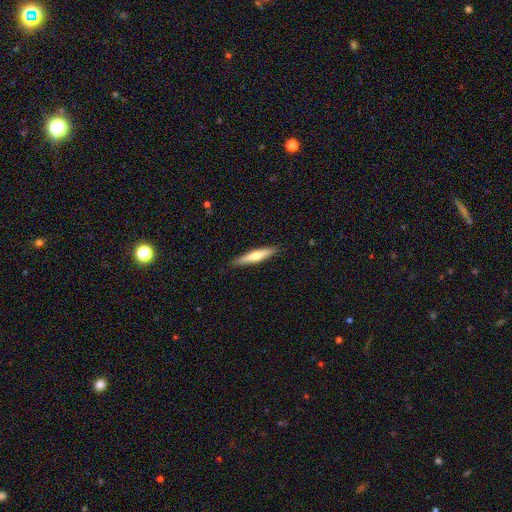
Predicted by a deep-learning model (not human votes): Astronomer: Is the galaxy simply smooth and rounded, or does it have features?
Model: smooth — 54% (runner-up: featured or disk, 41%).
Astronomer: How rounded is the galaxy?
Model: cigar-shaped — 88%.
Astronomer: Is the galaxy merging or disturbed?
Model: none — 90%.